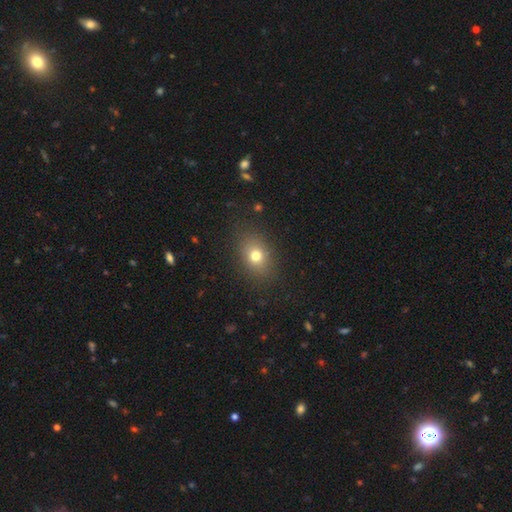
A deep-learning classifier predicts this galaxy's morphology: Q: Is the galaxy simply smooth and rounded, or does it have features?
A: smooth — 74%.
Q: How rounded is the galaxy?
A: in between — 59%.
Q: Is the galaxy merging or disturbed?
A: none — 85%.